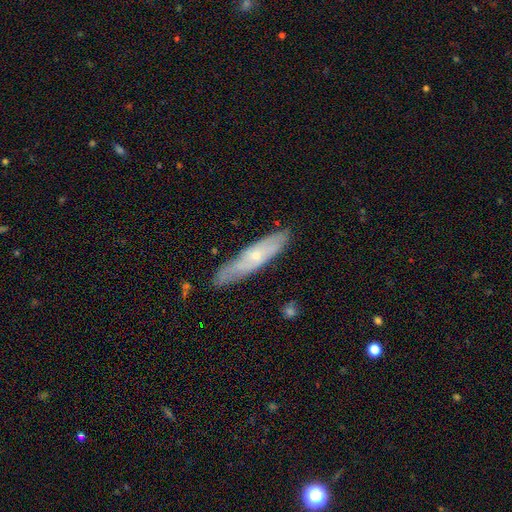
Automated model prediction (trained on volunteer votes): Overall: featured or disk (54%; smooth 40%). Edge-on disk: no (50%, tied with yes). Merging: none (79%).